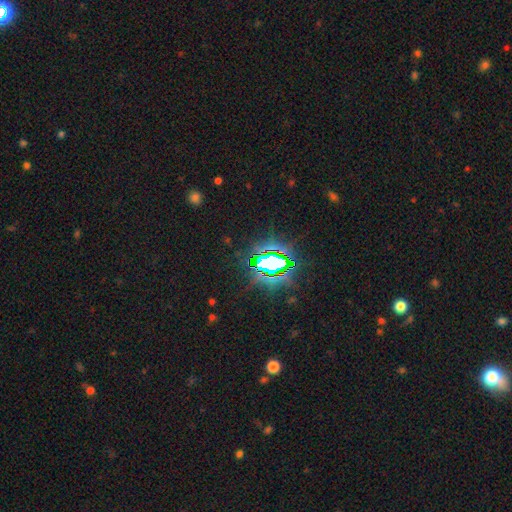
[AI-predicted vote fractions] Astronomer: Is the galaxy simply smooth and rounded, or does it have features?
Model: star or artifact — 82%.